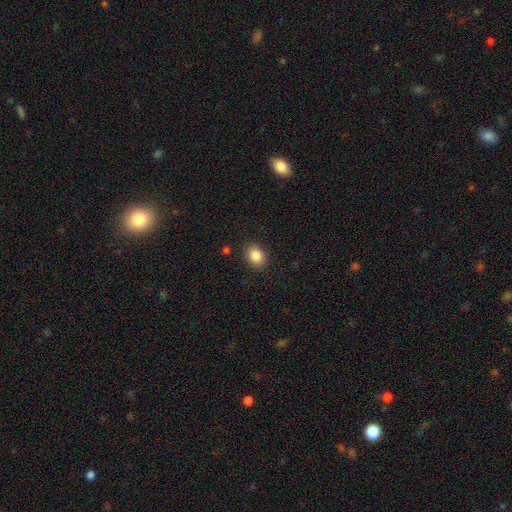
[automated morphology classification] The model was most divided on "how rounded": in between: 67%, round: 32%, cigar-shaped: 1%. More confident: merging — none (87%); smooth or featured — smooth (87%).